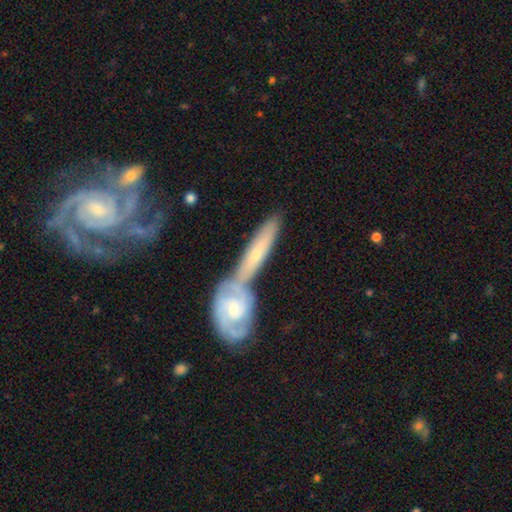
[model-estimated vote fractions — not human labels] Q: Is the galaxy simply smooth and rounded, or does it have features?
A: featured or disk — 58%.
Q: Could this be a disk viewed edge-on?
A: no — 54%.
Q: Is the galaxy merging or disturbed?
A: merger — 45%.